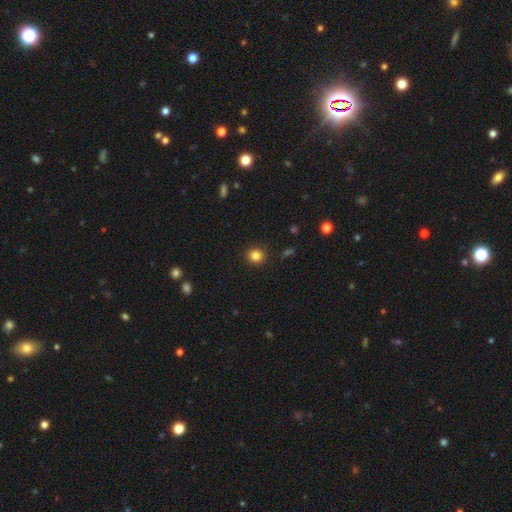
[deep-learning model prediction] smooth-or-featured: smooth: 84% | star or artifact: 12% | featured or disk: 5%
  how-rounded: round: 88% | in between: 11% | cigar-shaped: 1%
  merging: none: 91% | minor disturbance: 6% | major disturbance: 2% | merger: 1%